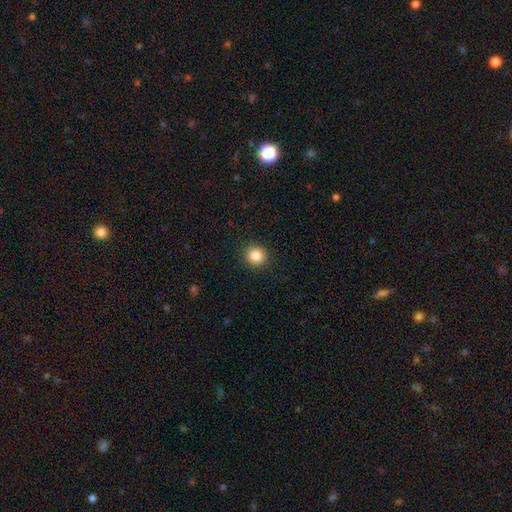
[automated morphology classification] smooth-or-featured: smooth: 86% | star or artifact: 10% | featured or disk: 4%
  how-rounded: round: 92% | in between: 7% | cigar-shaped: 1%
  merging: none: 92% | minor disturbance: 5% | major disturbance: 2% | merger: 1%